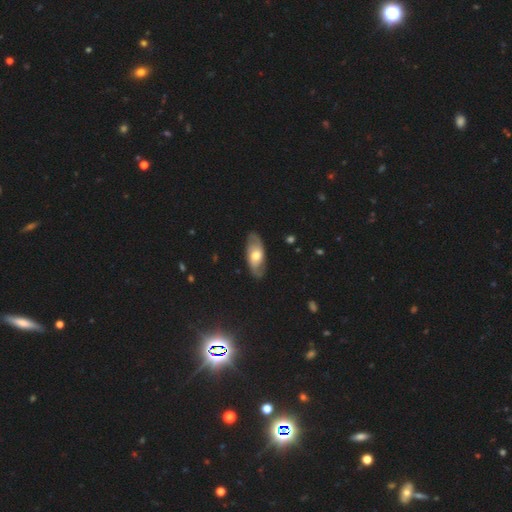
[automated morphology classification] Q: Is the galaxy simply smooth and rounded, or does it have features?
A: featured or disk — 58%.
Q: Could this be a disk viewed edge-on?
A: no — 85%.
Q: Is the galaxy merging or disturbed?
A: none — 82%.